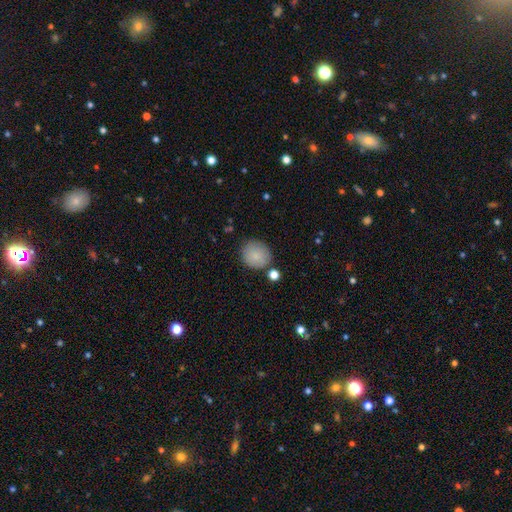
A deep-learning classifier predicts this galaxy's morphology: Smooth or featured? Predicted: smooth (p=0.84). How rounded? Predicted: round (p=0.84). Merging? Predicted: none (p=0.77).